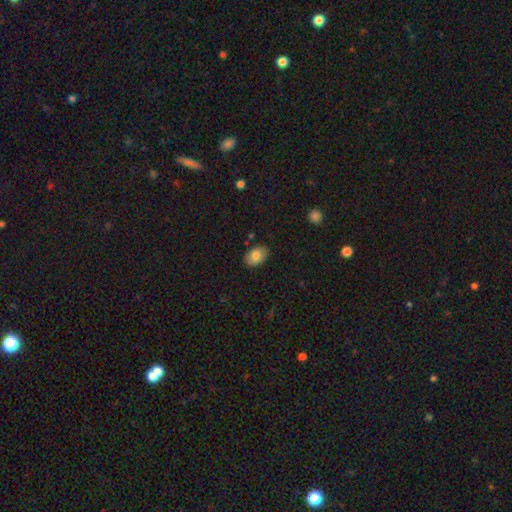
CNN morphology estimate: This appears to be a smooth galaxy with no disk features (81%) that is in between round and cigar-shaped (86%). Merging: none (85%).